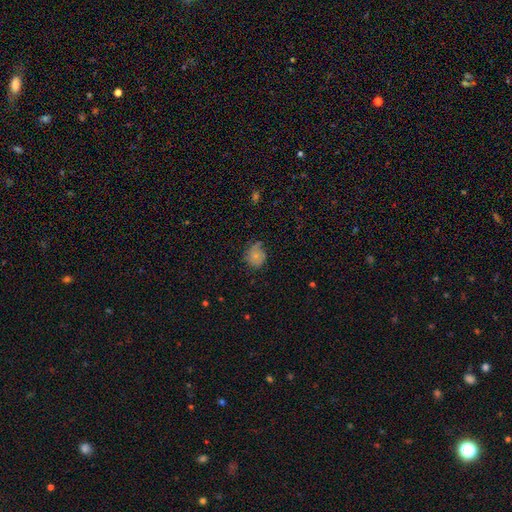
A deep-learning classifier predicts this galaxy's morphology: smooth-or-featured: smooth: 67% | featured or disk: 22% | star or artifact: 11%
  how-rounded: round: 63% | in between: 36% | cigar-shaped: 1%
  merging: none: 51% | minor disturbance: 35% | major disturbance: 13% | merger: 2%